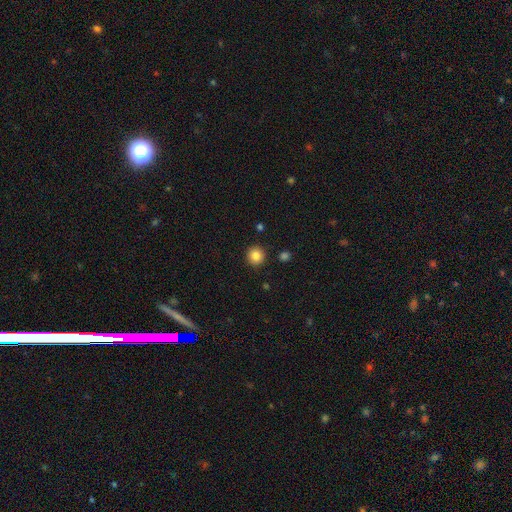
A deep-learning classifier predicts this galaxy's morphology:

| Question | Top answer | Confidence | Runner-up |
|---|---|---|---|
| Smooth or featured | smooth | 85% | star or artifact (10%) |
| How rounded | round | 94% | in between (5%) |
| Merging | none | 91% | minor disturbance (5%) |